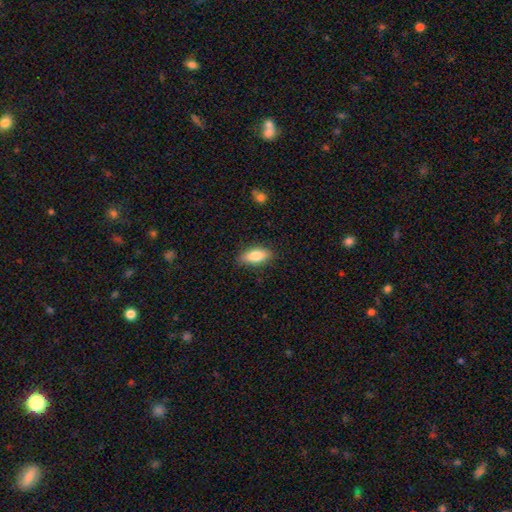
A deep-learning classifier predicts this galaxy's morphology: This is likely a smooth galaxy (79%). How rounded: clearly in between (81%). Merging: clearly none (83%).